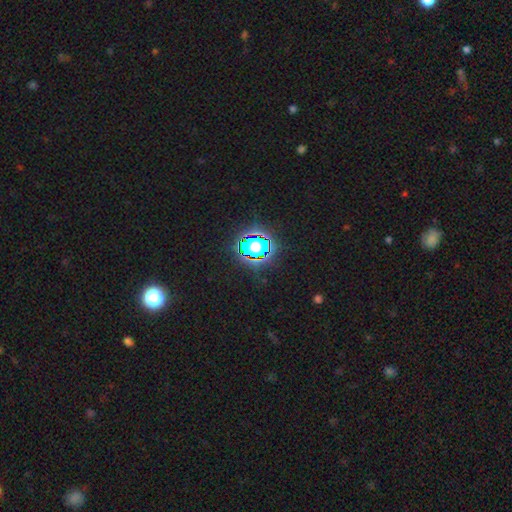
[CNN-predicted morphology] Q: Smooth or featured?
A: star or artifact (80%); runner-up: smooth (13%)